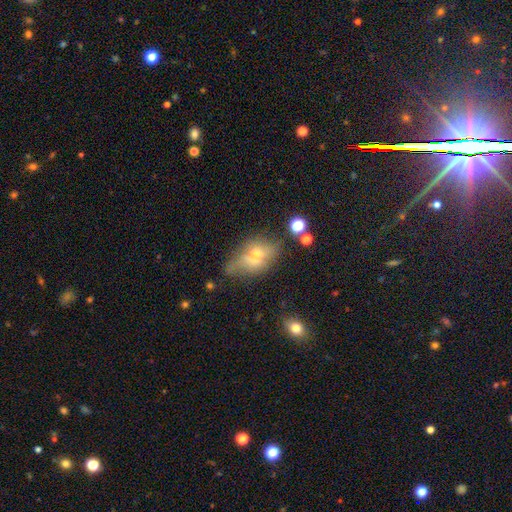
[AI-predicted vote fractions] Morphology: type=smooth (46%); merging=none (45%).